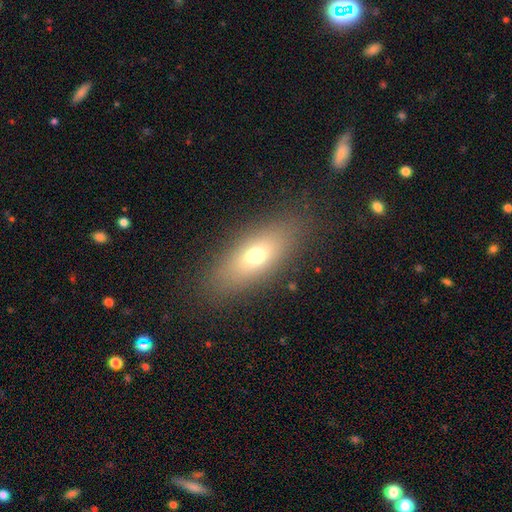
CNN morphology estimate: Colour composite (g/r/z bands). It shows a smooth galaxy with no disk features (67%) that is in between round and cigar-shaped (73%). Merging: none (84%).